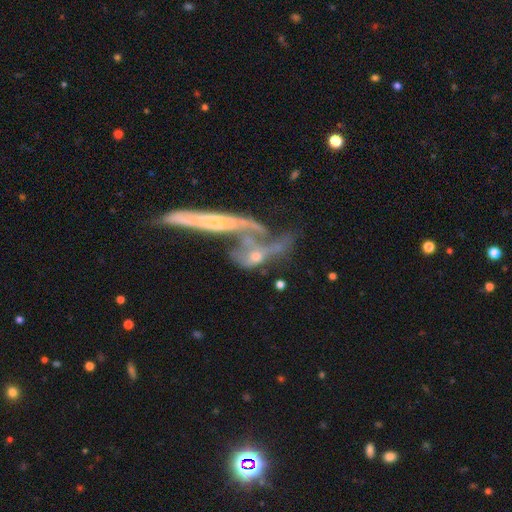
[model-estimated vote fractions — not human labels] Smooth or featured: featured or disk — 61% (smooth — 28%)
Edge-on disk: no — 72% (yes — 28%)
Merging: merger — 55% (major disturbance — 19%)